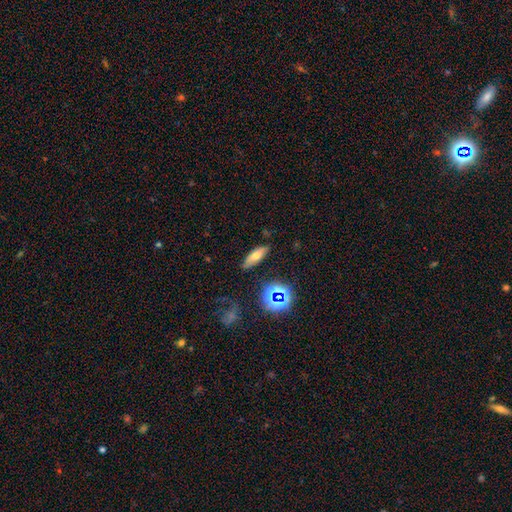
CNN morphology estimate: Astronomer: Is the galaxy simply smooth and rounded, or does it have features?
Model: smooth — 60%.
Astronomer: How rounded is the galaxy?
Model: in between — 52% (runner-up: cigar-shaped, 43%).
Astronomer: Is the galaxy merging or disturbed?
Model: none — 83%.